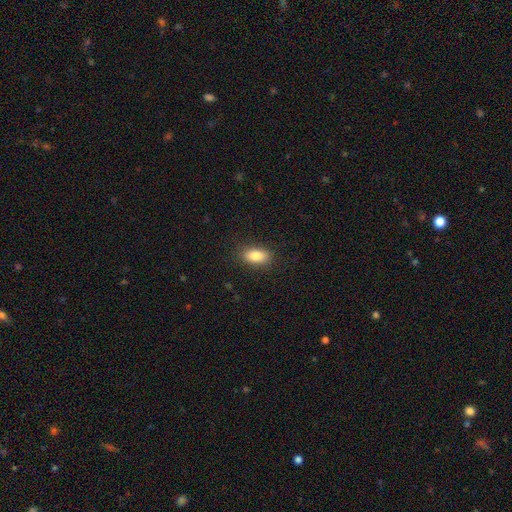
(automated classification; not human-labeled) Morphology: type=smooth (86%); roundness=in between (88%); merging=none (86%).